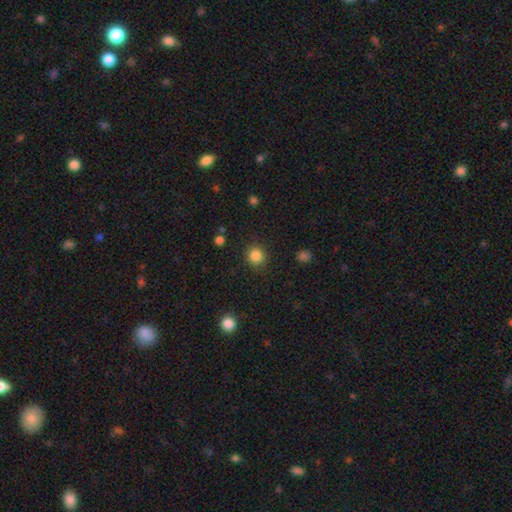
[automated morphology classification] Q: Smooth or featured?
A: smooth (85%); runner-up: star or artifact (11%)
Q: How rounded?
A: round (89%); runner-up: in between (10%)
Q: Merging?
A: none (88%); runner-up: minor disturbance (8%)